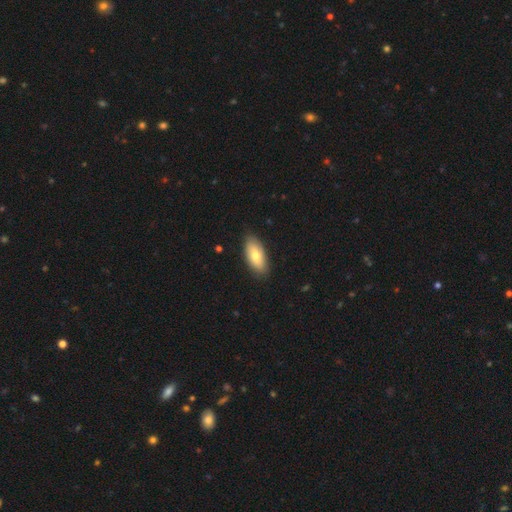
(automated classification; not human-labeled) Smooth or featured? Predicted: smooth (p=0.72). How rounded? Predicted: in between (p=0.89). Merging? Predicted: none (p=0.86).